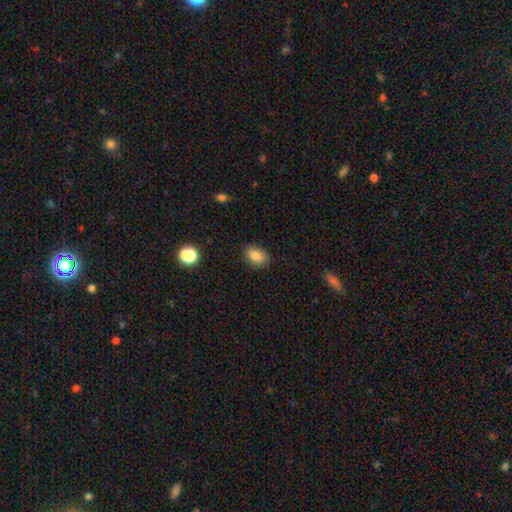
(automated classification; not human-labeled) smooth-or-featured: smooth: 84% | star or artifact: 9% | featured or disk: 7%
  how-rounded: in between: 77% | round: 22% | cigar-shaped: 1%
  merging: none: 83% | minor disturbance: 13% | major disturbance: 3% | merger: 1%